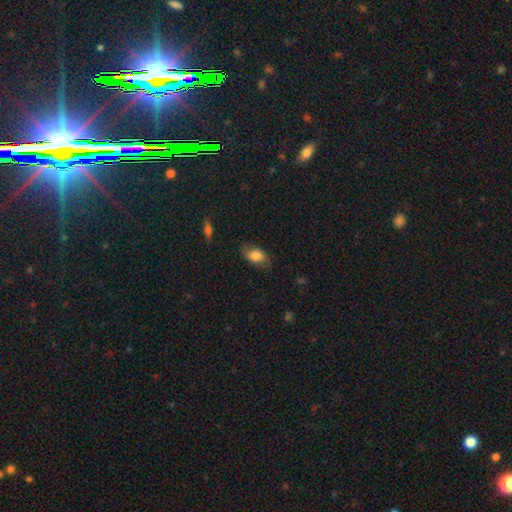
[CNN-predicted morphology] This appears to be a smooth galaxy with no disk features (75%) that is in between round and cigar-shaped (88%). Merging: none (73%).